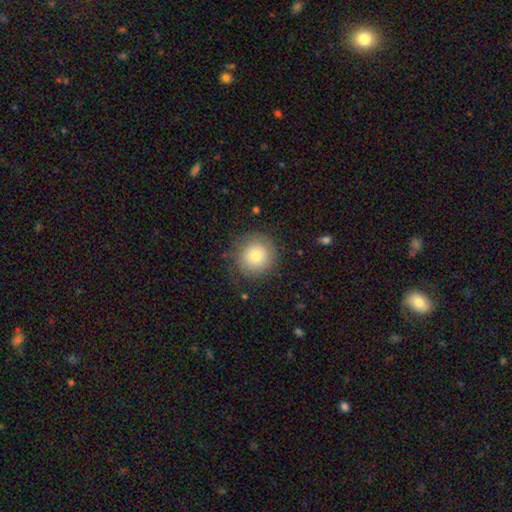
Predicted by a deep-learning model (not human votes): Smooth or featured: smooth — 72% (featured or disk — 18%)
How rounded: round — 94% (in between — 5%)
Merging: none — 81% (minor disturbance — 12%)